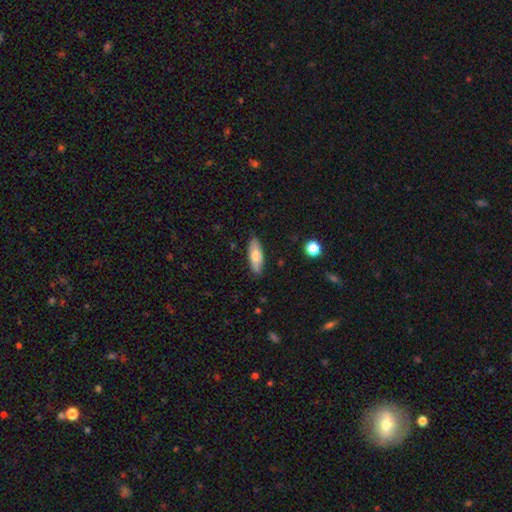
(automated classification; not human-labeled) smooth 69%, featured or disk 25%, star or artifact 6%. Down the decision tree: how rounded — in between (71%); merging — none (85%).